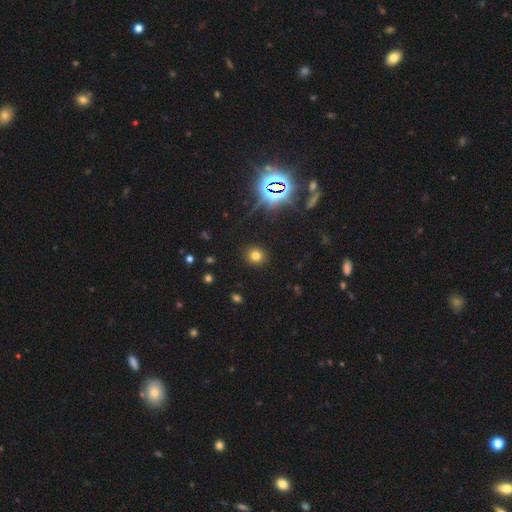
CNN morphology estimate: This is likely a smooth galaxy (73%). How rounded: clearly round (84%). Merging: clearly none (90%).